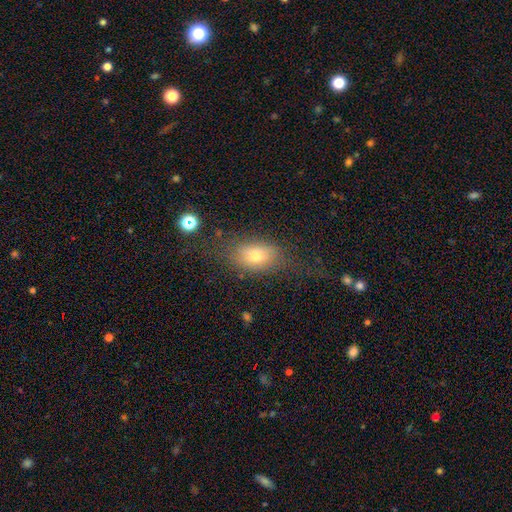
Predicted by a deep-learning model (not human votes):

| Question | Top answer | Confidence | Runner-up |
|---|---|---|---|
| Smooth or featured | smooth | 70% | featured or disk (20%) |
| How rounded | in between | 81% | round (16%) |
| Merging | none | 59% | minor disturbance (21%) |